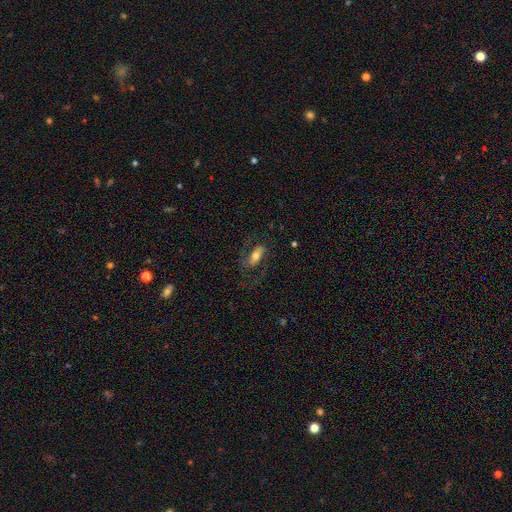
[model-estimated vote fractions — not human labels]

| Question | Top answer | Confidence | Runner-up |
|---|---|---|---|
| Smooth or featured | featured or disk | 50% | smooth (42%) |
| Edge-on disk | no | 89% | yes (11%) |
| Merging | none | 65% | major disturbance (17%) |